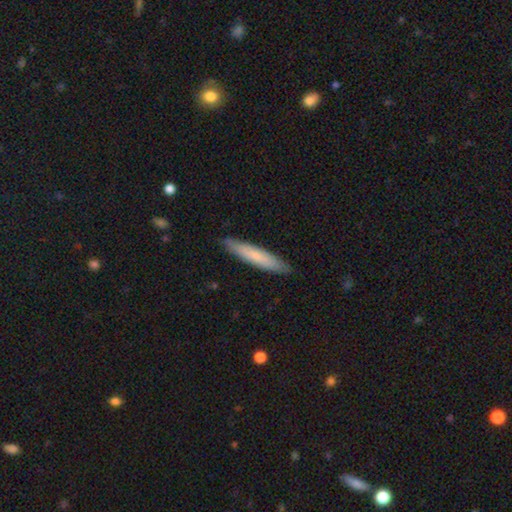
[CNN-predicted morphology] A smooth galaxy with no disk features (69%) that is cigar-shaped (91%).

Vote fractions:
- Smooth or featured? smooth: 69% / featured or disk: 26% / star or artifact: 5%
- How rounded? cigar-shaped: 91% / in between: 8% / round: 1%
- Merging? none: 89% / minor disturbance: 9% / major disturbance: 1% / merger: 1%